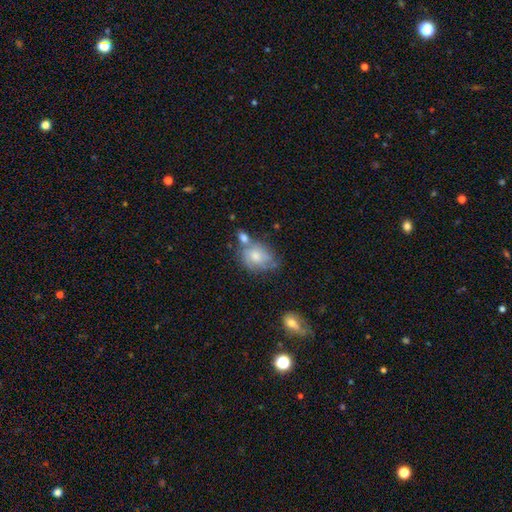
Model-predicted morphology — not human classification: type=smooth (52%); roundness=in between (60%); merging=none (37%).